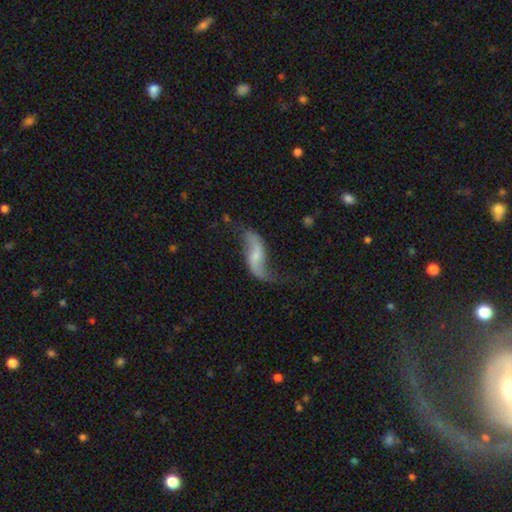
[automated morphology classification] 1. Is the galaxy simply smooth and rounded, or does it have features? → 82% featured or disk, 12% smooth, 6% star or artifact.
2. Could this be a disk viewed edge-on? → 94% no, 6% yes.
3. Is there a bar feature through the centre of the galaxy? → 41% no, 40% weak, 19% strong.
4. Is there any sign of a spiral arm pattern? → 94% yes, 6% no.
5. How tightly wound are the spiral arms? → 93% loose, 5% medium, 2% tight.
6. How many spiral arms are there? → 92% 2, 4% 1, 2% can't tell, 1% 3, 1% 4, 1% more than 4.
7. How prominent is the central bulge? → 49% small, 24% moderate, 24% none, 3% large, 1% dominant.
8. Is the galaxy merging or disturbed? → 64% none, 20% minor disturbance, 13% major disturbance, 3% merger.